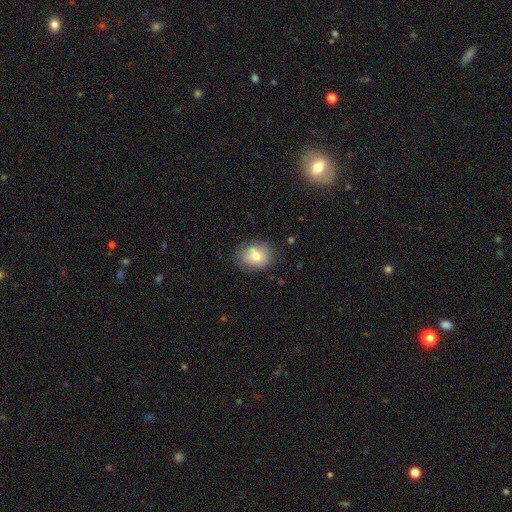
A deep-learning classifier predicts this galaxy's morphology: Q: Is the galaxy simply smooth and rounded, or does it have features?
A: smooth — 77%.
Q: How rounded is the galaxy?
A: in between — 54%.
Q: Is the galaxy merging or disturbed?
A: none — 79%.